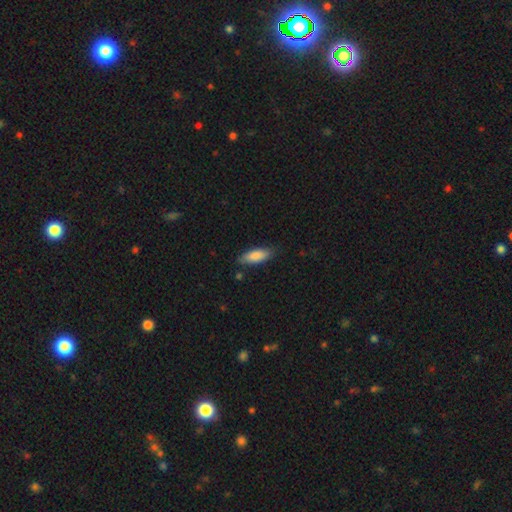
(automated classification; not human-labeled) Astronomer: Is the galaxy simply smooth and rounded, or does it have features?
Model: smooth — 86%.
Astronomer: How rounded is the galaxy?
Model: in between — 68%.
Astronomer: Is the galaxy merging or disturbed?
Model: none — 81%.